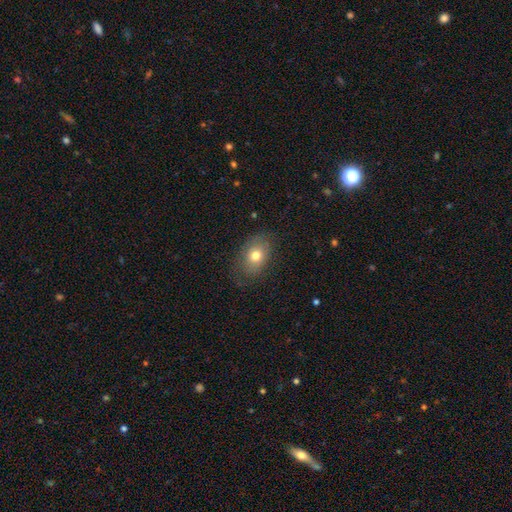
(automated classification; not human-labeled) A smooth galaxy with no disk features (71%) that is in between round and cigar-shaped (77%).

Vote fractions:
- Smooth or featured? smooth: 71% / featured or disk: 19% / star or artifact: 10%
- How rounded? in between: 77% / round: 22% / cigar-shaped: 1%
- Merging? none: 73% / minor disturbance: 19% / major disturbance: 7% / merger: 1%